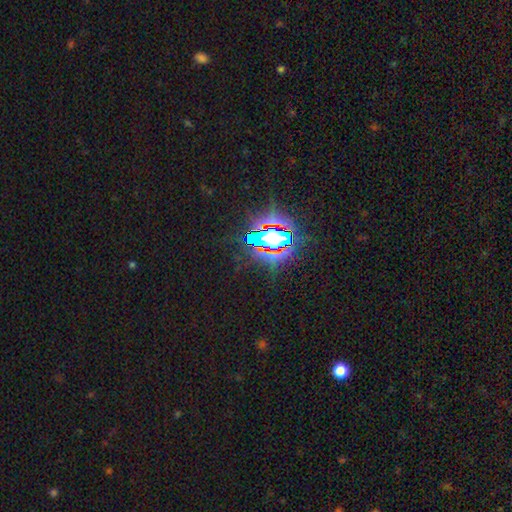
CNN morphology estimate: Q: Smooth or featured?
A: star or artifact (84%); runner-up: smooth (9%)